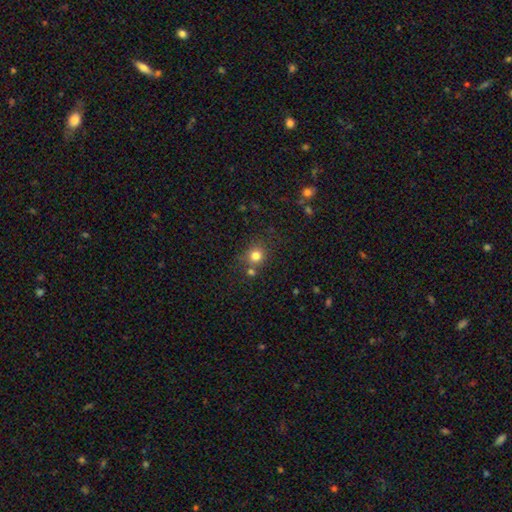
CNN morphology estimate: type=smooth (78%); roundness=round (86%); merging=none (69%).